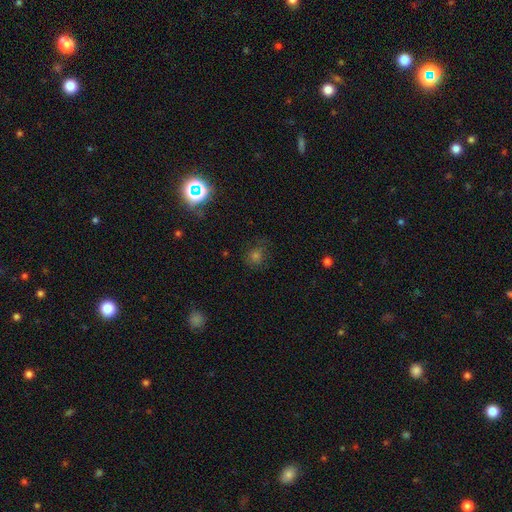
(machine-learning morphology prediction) Smooth or featured? smooth (53%)
How rounded? round (81%)
Merging? none (75%)